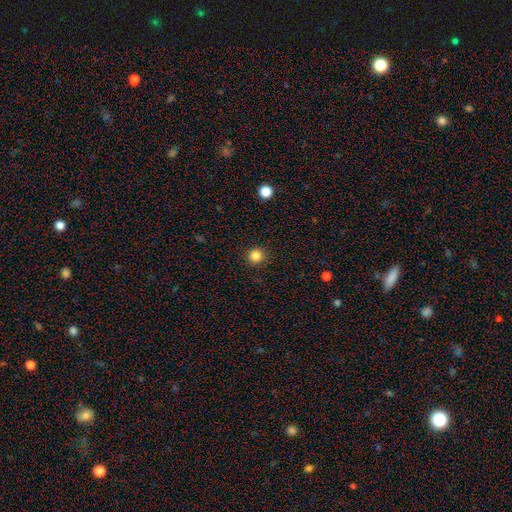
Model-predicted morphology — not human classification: smooth 84%, star or artifact 12%, featured or disk 4%. Down the decision tree: how rounded — round (94%); merging — none (92%).